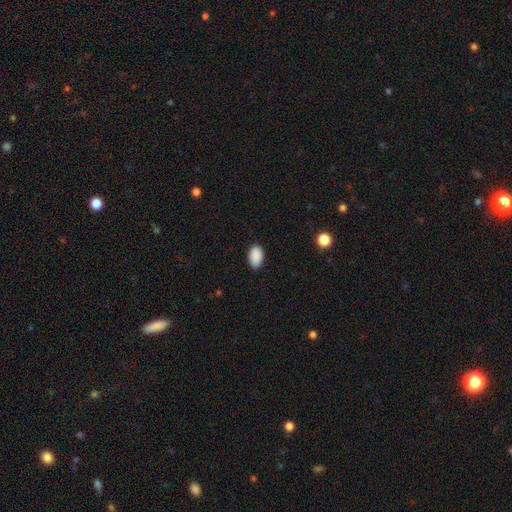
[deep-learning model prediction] Overall: smooth (91%). How rounded: in between (93%). Merging: none (88%).